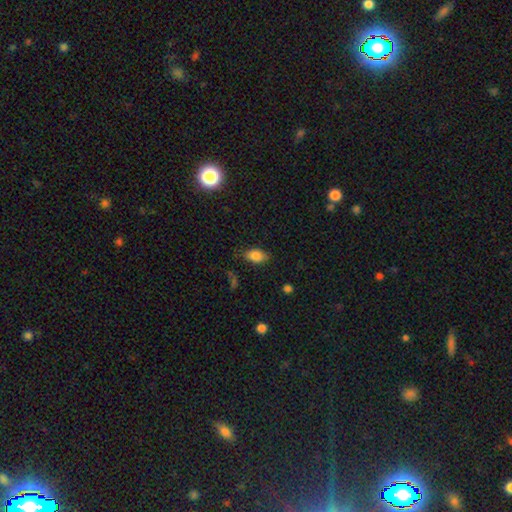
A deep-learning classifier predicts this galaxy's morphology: This appears to be a smooth galaxy with no disk features (83%) that is in between round and cigar-shaped (88%). Merging: none (77%).